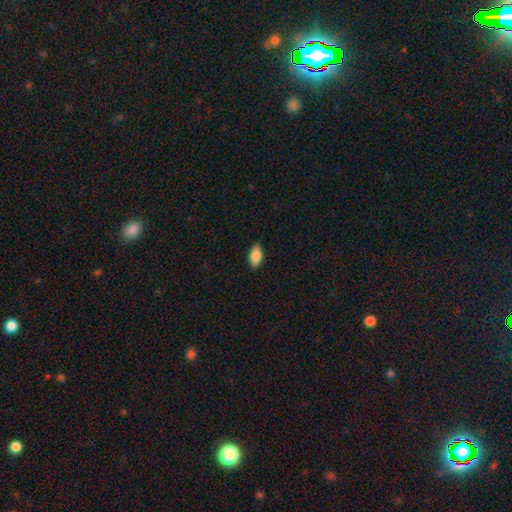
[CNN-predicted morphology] The model was most divided on "smooth or featured": smooth: 83%, featured or disk: 10%, star or artifact: 7%. More confident: how rounded — in between (91%); merging — none (89%).